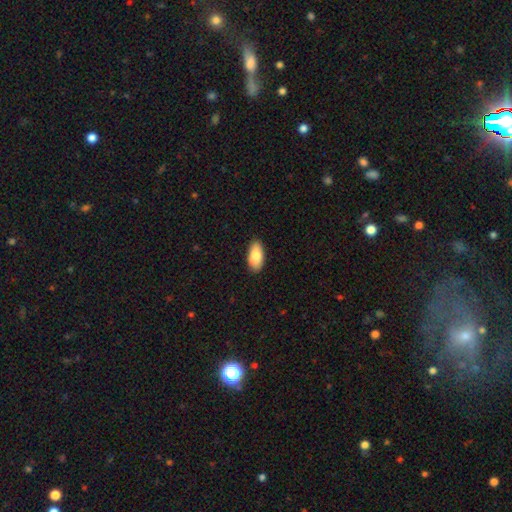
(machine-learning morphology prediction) Smooth or featured: smooth — 84% (featured or disk — 10%)
How rounded: in between — 92% (cigar-shaped — 5%)
Merging: none — 89% (minor disturbance — 9%)